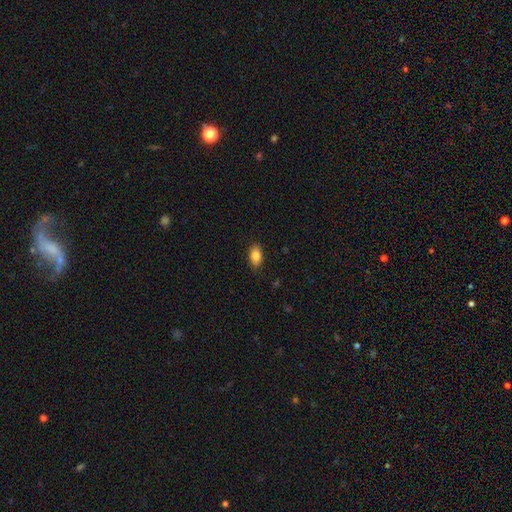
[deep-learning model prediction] A smooth galaxy with no disk features (85%) that is in between round and cigar-shaped (90%).

Vote fractions:
- Smooth or featured? smooth: 85% / star or artifact: 8% / featured or disk: 8%
- How rounded? in between: 90% / round: 7% / cigar-shaped: 3%
- Merging? none: 86% / minor disturbance: 11% / major disturbance: 2% / merger: 1%